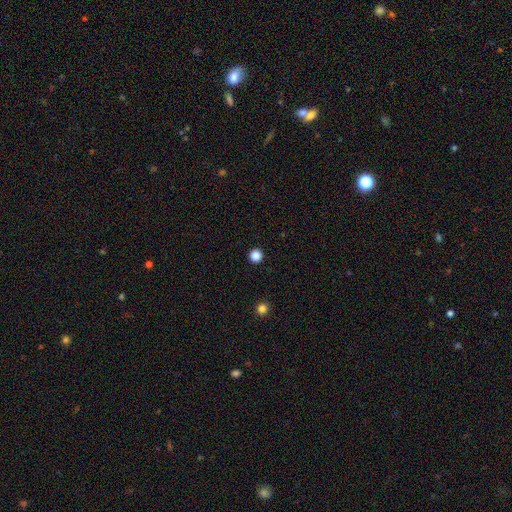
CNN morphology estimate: type=smooth (85%); roundness=round (96%); merging=none (94%).